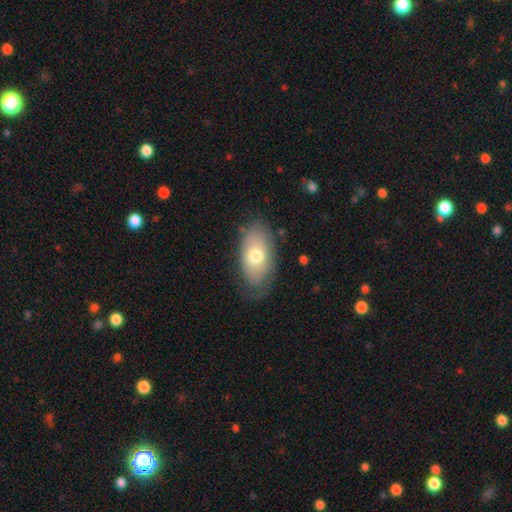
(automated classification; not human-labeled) This appears to be a smooth galaxy with no disk features (67%) that is in between round and cigar-shaped (92%). Merging: none (70%).